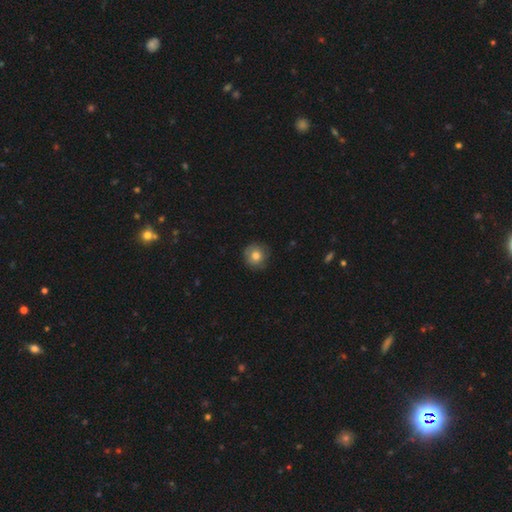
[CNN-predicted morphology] The model was most divided on "smooth or featured": smooth: 74%, featured or disk: 18%, star or artifact: 8%. More confident: how rounded — round (92%); merging — none (80%).